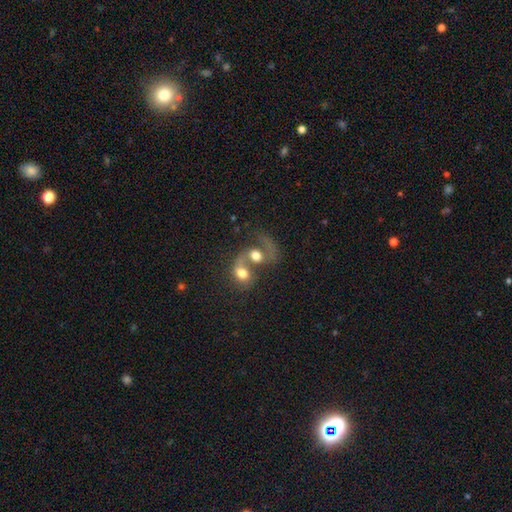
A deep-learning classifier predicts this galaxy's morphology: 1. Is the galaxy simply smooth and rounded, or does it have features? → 48% smooth, 42% featured or disk, 10% star or artifact.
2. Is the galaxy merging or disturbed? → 77% merger, 9% none, 9% major disturbance, 4% minor disturbance.